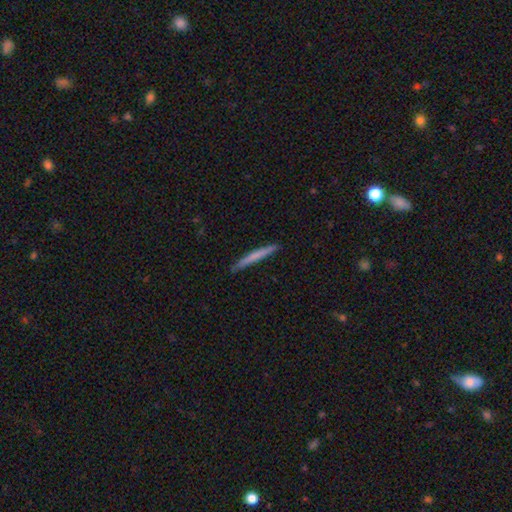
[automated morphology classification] This is likely a smooth galaxy (65%). How rounded: clearly cigar-shaped (97%). Merging: clearly none (89%).